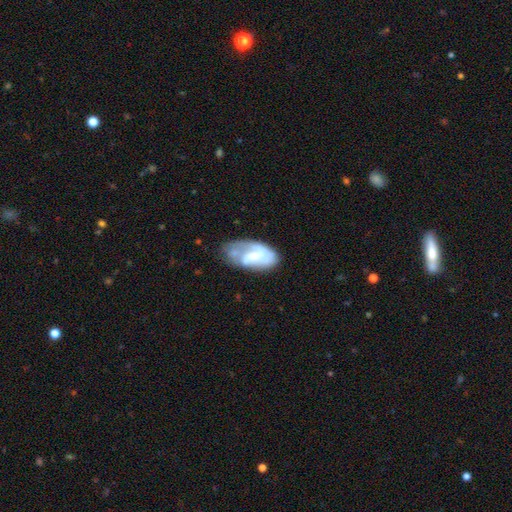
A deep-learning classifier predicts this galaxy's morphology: Q: Smooth or featured?
A: featured or disk (66%); runner-up: smooth (27%)
Q: Edge-on disk?
A: no (96%); runner-up: yes (4%)
Q: Bar?
A: weak (46%); runner-up: no (35%)
Q: Spiral arms?
A: yes (78%); runner-up: no (22%)
Q: Bulge size?
A: small (40%); runner-up: moderate (39%)
Q: Merging?
A: none (45%); runner-up: minor disturbance (29%)